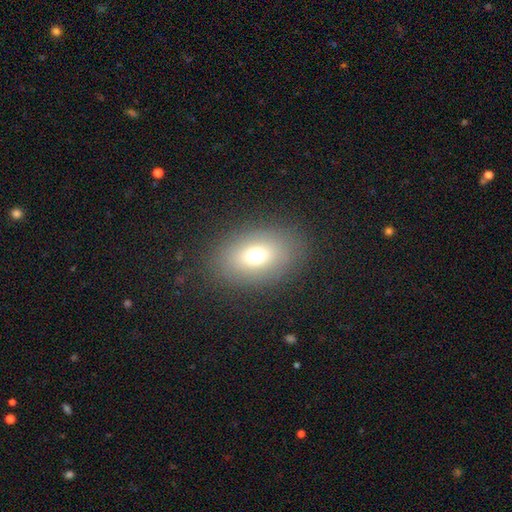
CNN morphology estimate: The model was most divided on "how rounded": in between: 71%, round: 27%, cigar-shaped: 1%. More confident: merging — none (82%); smooth or featured — smooth (67%).